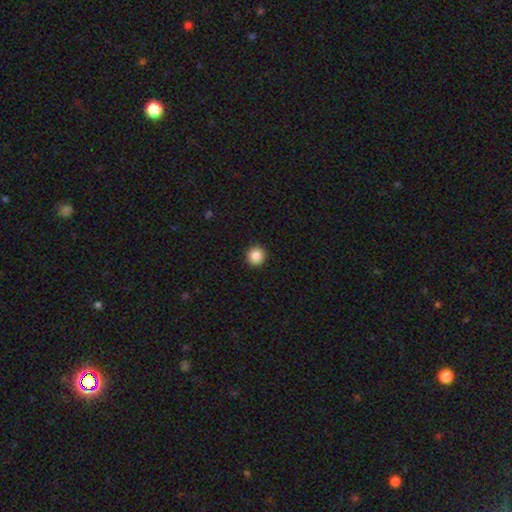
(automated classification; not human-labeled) Smooth or featured? smooth (87%)
How rounded? round (94%)
Merging? none (93%)